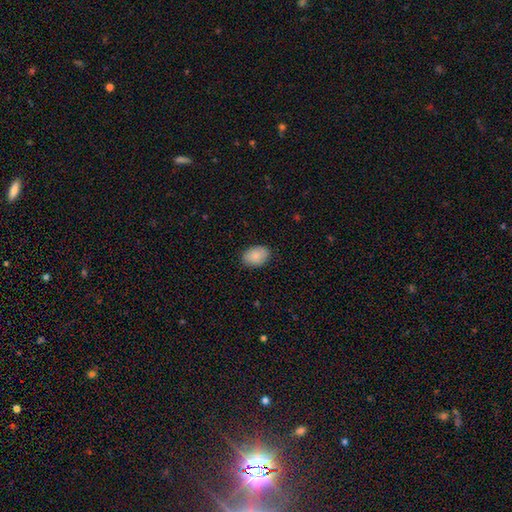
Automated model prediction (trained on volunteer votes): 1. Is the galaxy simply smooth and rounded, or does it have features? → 85% smooth, 8% featured or disk, 7% star or artifact.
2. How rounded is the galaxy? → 81% in between, 18% round, 1% cigar-shaped.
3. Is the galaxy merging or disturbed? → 86% none, 11% minor disturbance, 2% major disturbance, 1% merger.